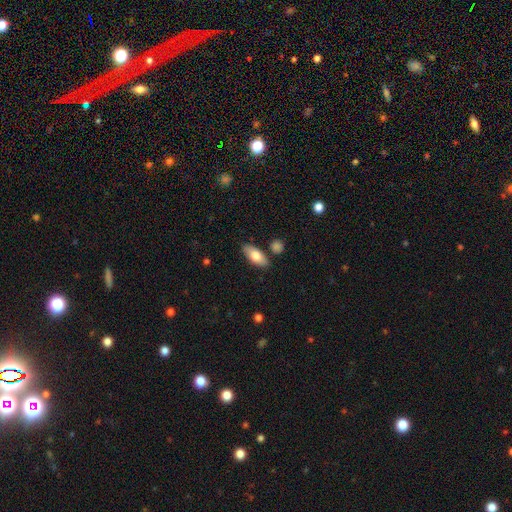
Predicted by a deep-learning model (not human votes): Overall: smooth (75%). How rounded: in between (84%). Merging: none (83%).